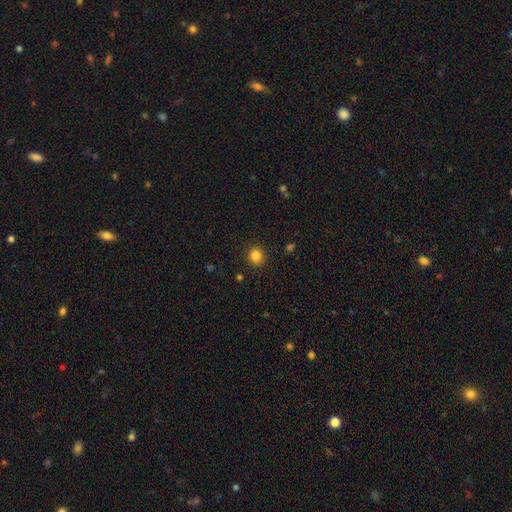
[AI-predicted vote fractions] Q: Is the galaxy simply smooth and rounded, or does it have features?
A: smooth — 84%.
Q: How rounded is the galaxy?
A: round — 83%.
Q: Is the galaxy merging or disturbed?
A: none — 91%.